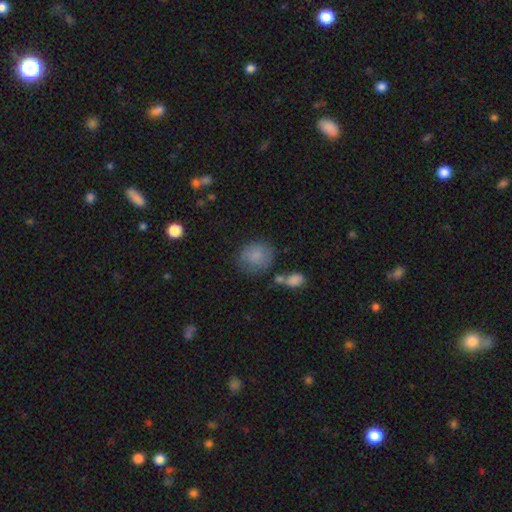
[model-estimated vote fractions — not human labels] A smooth galaxy with no disk features (83%) that is round (76%).

Vote fractions:
- Smooth or featured? smooth: 83% / featured or disk: 9% / star or artifact: 8%
- How rounded? round: 76% / in between: 23% / cigar-shaped: 1%
- Merging? none: 63% / minor disturbance: 21% / major disturbance: 8% / merger: 8%